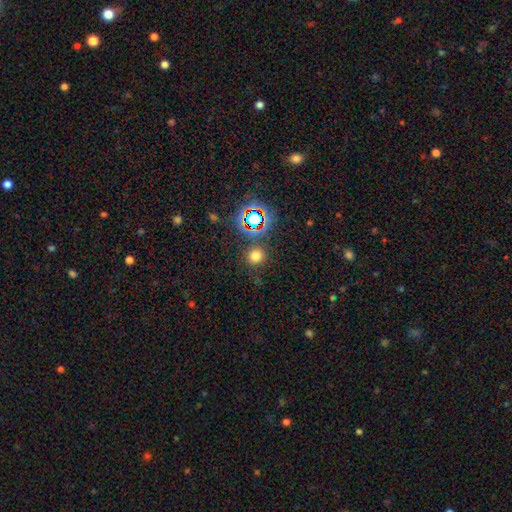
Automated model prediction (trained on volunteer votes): smooth_or_featured: smooth (p=0.69) [alt: star or artifact p=0.24]
how_rounded: round (p=0.92) [alt: in between p=0.07]
merging: none (p=0.84) [alt: minor disturbance p=0.08]